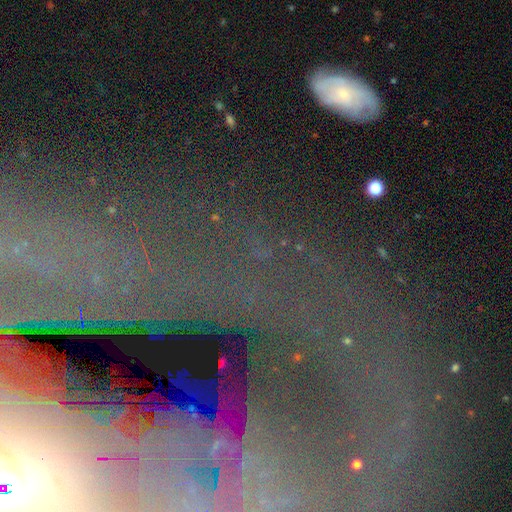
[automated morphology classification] A featured or disk galaxy (43%). Merging: none (74%).